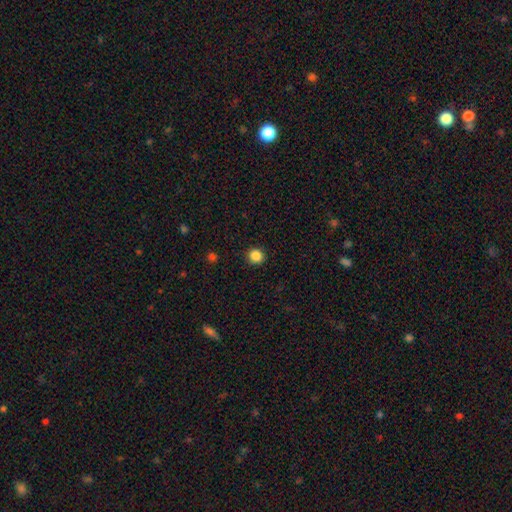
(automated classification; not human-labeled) smooth 86%, star or artifact 11%, featured or disk 3%. Down the decision tree: how rounded — round (91%); merging — none (92%).